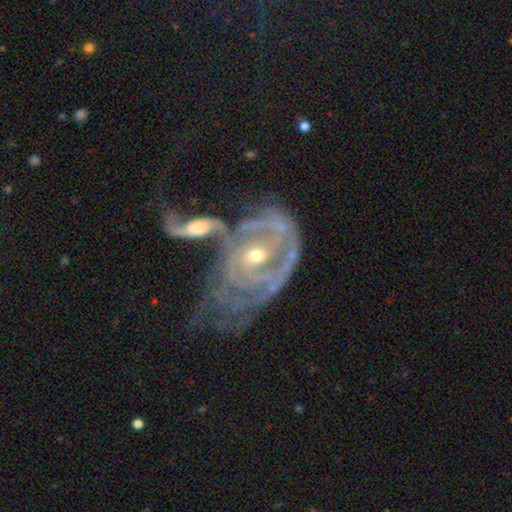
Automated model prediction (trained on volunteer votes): The model was most divided on "bulge size": moderate: 50%, small: 46%, large: 2%, none: 1%, dominant: 1%. Remaining: edge-on disk — no (95%); spiral arms — yes (87%); smooth or featured — featured or disk (86%); bar — no (64%); spiral winding — tight (64%); merging — merger (48%); spiral arm count — can't tell (44%).